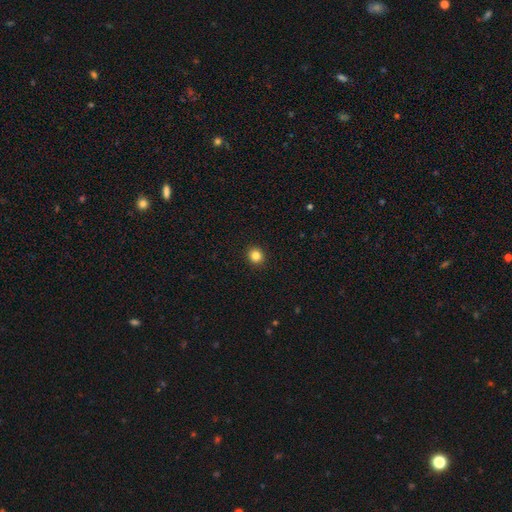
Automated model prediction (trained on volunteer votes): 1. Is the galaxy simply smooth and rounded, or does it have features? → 84% smooth, 11% star or artifact, 4% featured or disk.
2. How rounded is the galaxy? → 87% round, 12% in between, 1% cigar-shaped.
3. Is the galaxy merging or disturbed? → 93% none, 5% minor disturbance, 2% major disturbance, 1% merger.